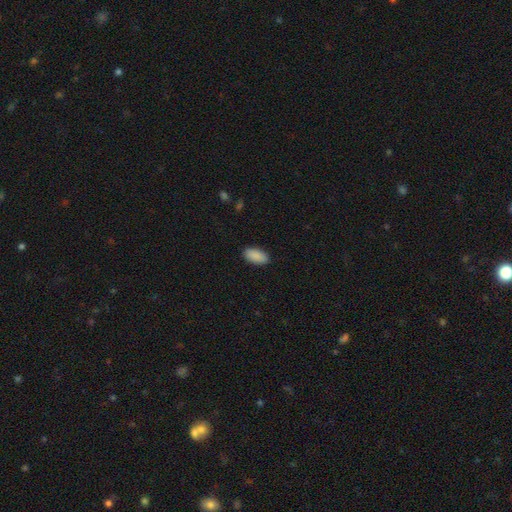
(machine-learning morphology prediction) Overall: smooth (90%). How rounded: in between (93%). Merging: none (89%).